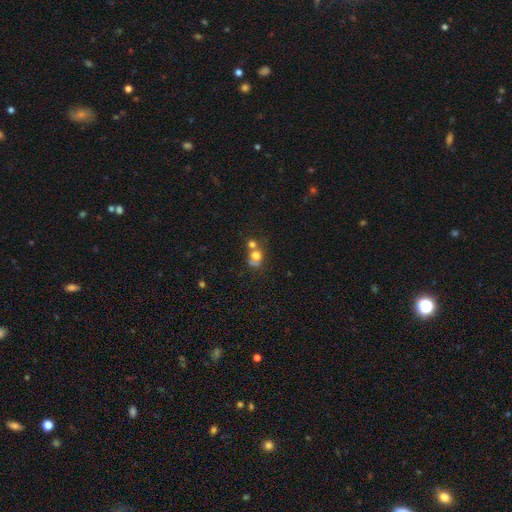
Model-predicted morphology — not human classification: Overall: smooth (67%). How rounded: round (65%; in between 34%). Merging: merger (54%; none 28%).